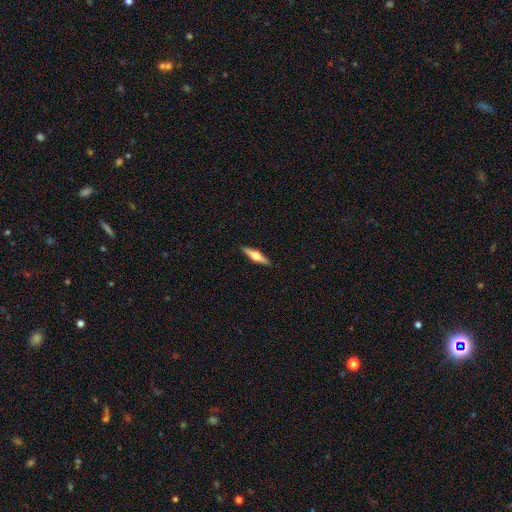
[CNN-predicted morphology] type=featured or disk (61%); edge-on=yes (97%); edge-on bulge=rounded (94%); merging=none (91%).